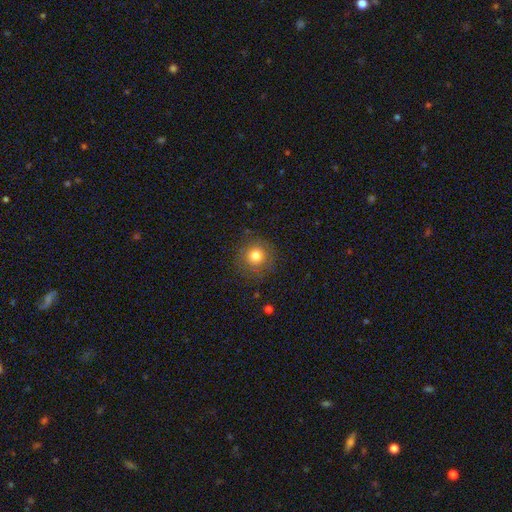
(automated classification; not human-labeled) smooth-or-featured: smooth: 79% | star or artifact: 12% | featured or disk: 9%
  how-rounded: round: 93% | in between: 6% | cigar-shaped: 1%
  merging: none: 84% | minor disturbance: 10% | major disturbance: 4% | merger: 1%